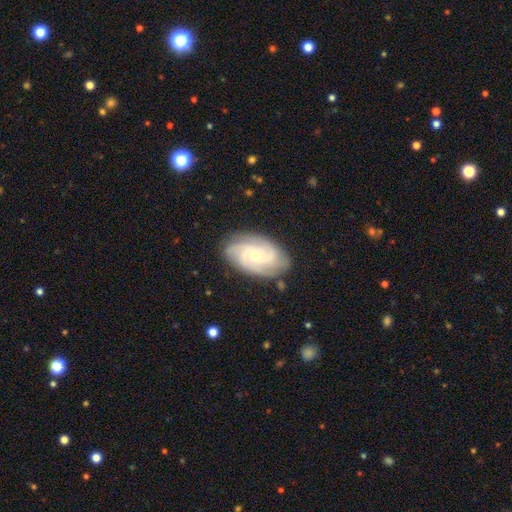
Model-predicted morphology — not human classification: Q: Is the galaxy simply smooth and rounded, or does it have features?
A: featured or disk — 83%.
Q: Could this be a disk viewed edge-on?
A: no — 96%.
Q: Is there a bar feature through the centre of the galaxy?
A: no — 72%.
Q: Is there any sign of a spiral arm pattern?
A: yes — 97%.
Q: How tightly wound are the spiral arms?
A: tight — 61%.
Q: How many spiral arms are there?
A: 3 — 36%.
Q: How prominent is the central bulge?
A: small — 52%.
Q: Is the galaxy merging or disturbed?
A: none — 82%.